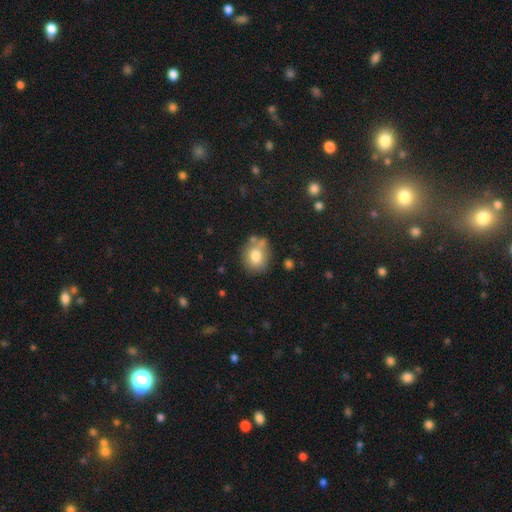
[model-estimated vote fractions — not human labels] smooth-or-featured: smooth: 75% | featured or disk: 15% | star or artifact: 10%
  how-rounded: round: 69% | in between: 30% | cigar-shaped: 1%
  merging: none: 63% | minor disturbance: 18% | merger: 13% | major disturbance: 5%